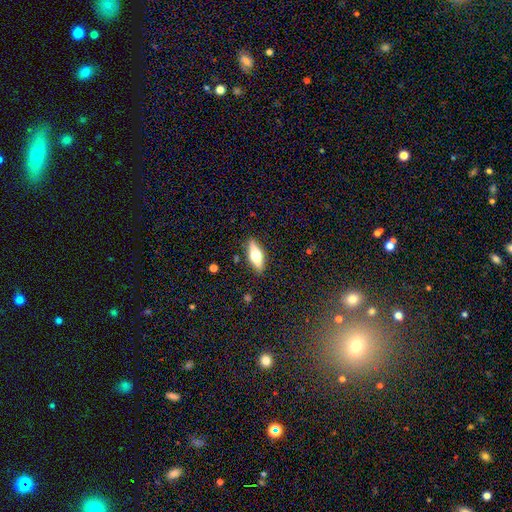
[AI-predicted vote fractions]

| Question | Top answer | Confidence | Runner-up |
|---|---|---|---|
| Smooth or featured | featured or disk | 50% | smooth (44%) |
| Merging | none | 87% | minor disturbance (9%) |